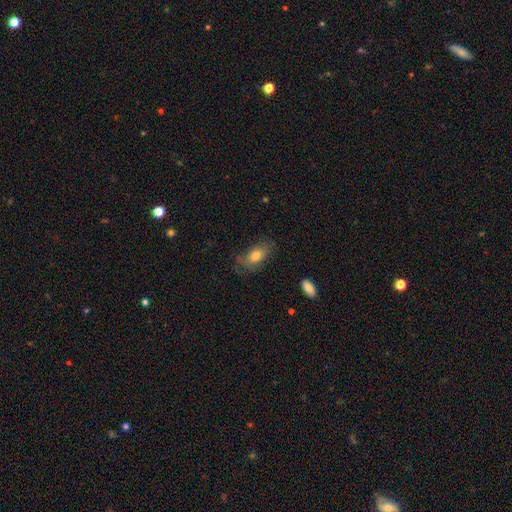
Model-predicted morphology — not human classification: type=smooth (70%); roundness=in between (88%); merging=none (58%).